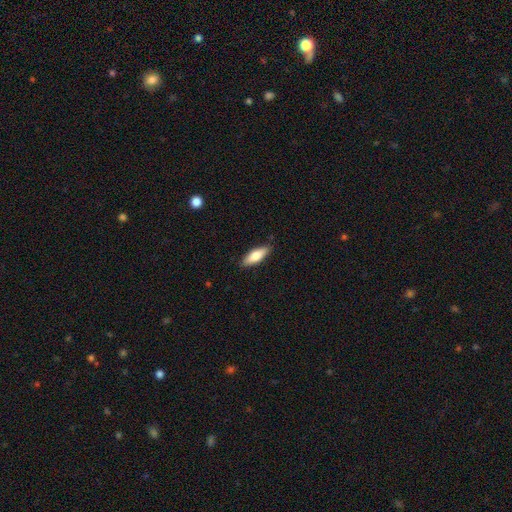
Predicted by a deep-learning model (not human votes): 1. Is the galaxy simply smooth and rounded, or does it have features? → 74% smooth, 20% featured or disk, 6% star or artifact.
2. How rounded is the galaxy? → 61% in between, 37% cigar-shaped, 2% round.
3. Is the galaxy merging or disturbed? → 87% none, 10% minor disturbance, 2% major disturbance, 1% merger.